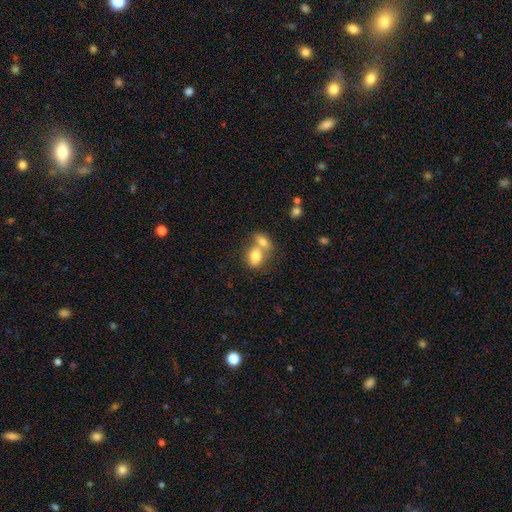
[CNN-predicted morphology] Overall: smooth (78%). How rounded: in between (69%; round 29%). Merging: merger (65%).